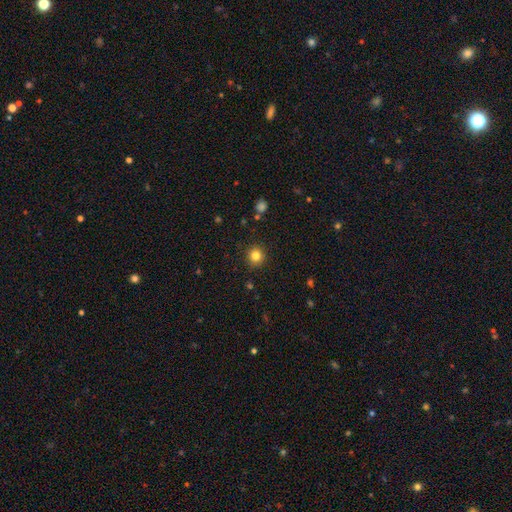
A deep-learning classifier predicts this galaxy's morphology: smooth-or-featured: smooth: 82% | star or artifact: 12% | featured or disk: 6%
  how-rounded: round: 93% | in between: 6% | cigar-shaped: 1%
  merging: none: 91% | minor disturbance: 6% | major disturbance: 2% | merger: 1%